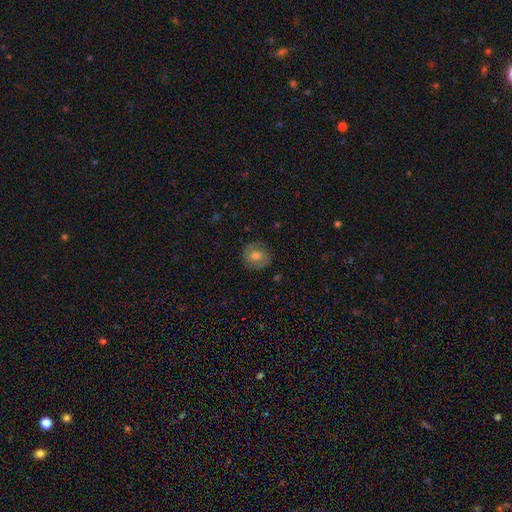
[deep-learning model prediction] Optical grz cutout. It shows a smooth galaxy with no disk features (55%) that is round (85%). Merging: none (84%).